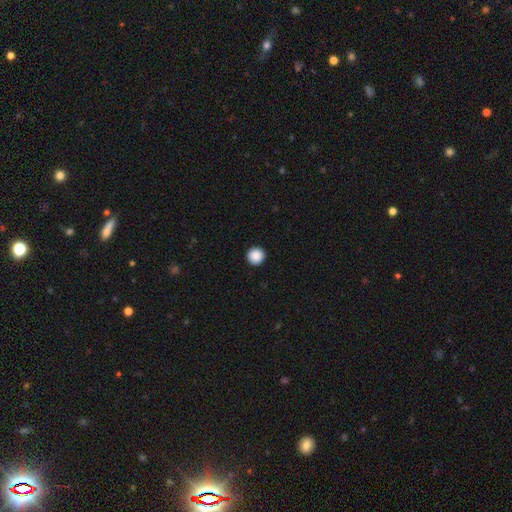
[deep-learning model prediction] Overall: smooth (89%). How rounded: round (96%). Merging: none (94%).